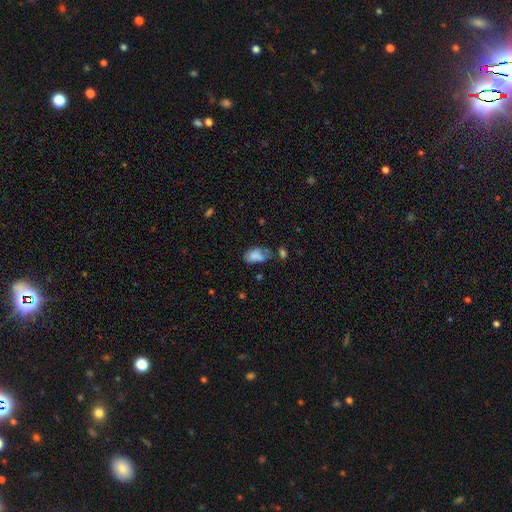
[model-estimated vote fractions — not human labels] Morphology: type=smooth (72%); roundness=in between (90%); merging=none (37%).